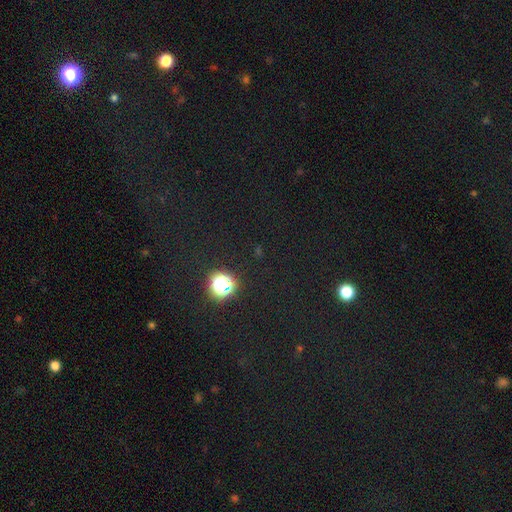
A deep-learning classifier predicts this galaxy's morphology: smooth-or-featured: star or artifact: 65% | smooth: 28% | featured or disk: 7%